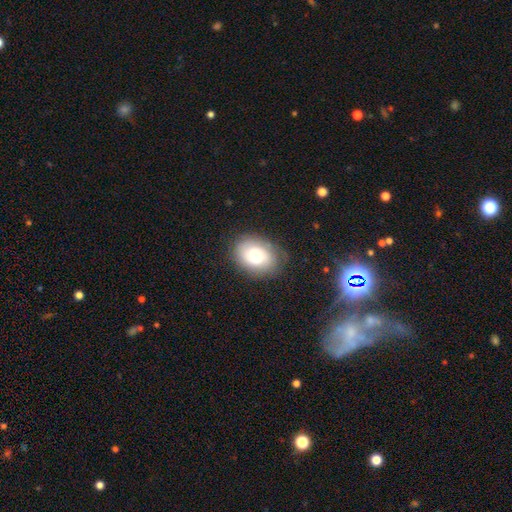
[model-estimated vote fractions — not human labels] Q: Smooth or featured?
A: smooth (70%); runner-up: featured or disk (21%)
Q: How rounded?
A: in between (73%); runner-up: round (26%)
Q: Merging?
A: none (76%); runner-up: minor disturbance (17%)